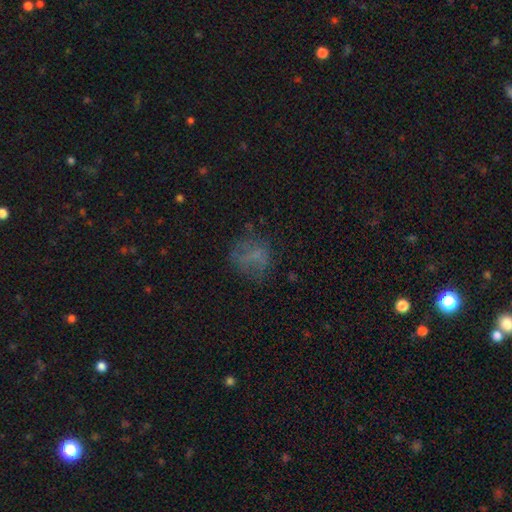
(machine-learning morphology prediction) smooth-or-featured: smooth: 55% | featured or disk: 26% | star or artifact: 19%
  how-rounded: round: 68% | in between: 30% | cigar-shaped: 2%
  merging: none: 58% | minor disturbance: 20% | major disturbance: 19% | merger: 3%